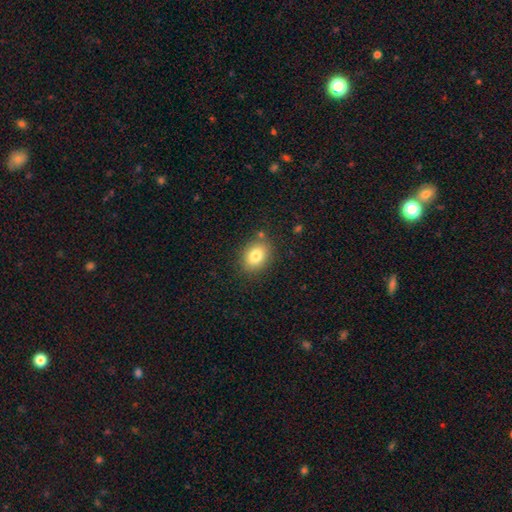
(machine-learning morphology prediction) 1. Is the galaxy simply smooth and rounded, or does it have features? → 81% smooth, 10% star or artifact, 9% featured or disk.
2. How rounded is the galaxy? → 62% in between, 37% round, 1% cigar-shaped.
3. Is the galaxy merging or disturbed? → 82% none, 12% minor disturbance, 3% major disturbance, 3% merger.